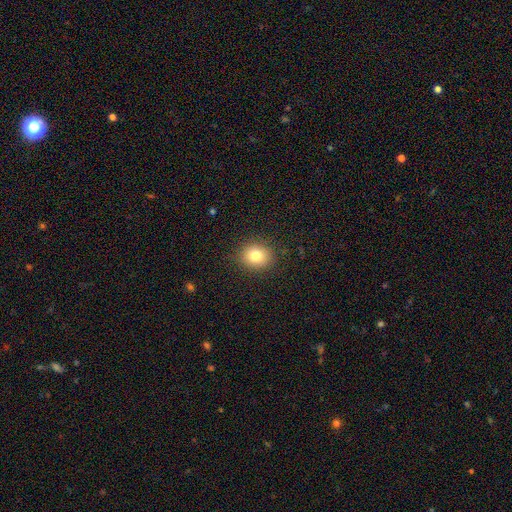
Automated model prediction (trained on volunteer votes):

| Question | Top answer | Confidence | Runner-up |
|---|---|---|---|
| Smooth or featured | smooth | 81% | star or artifact (11%) |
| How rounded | round | 70% | in between (29%) |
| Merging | none | 89% | minor disturbance (8%) |